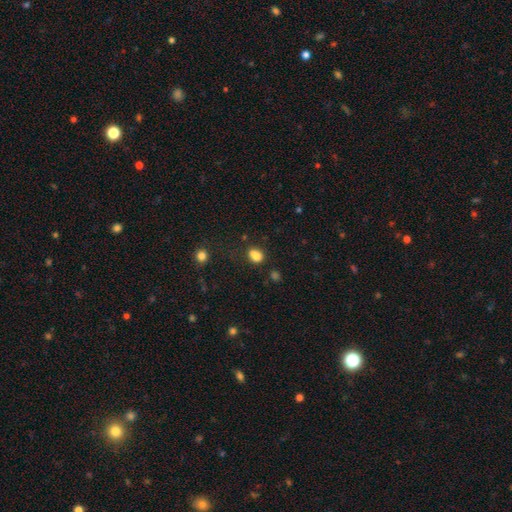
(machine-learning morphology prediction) Q: Smooth or featured?
A: smooth (80%); runner-up: star or artifact (13%)
Q: How rounded?
A: in between (63%); runner-up: round (35%)
Q: Merging?
A: none (55%); runner-up: merger (19%)